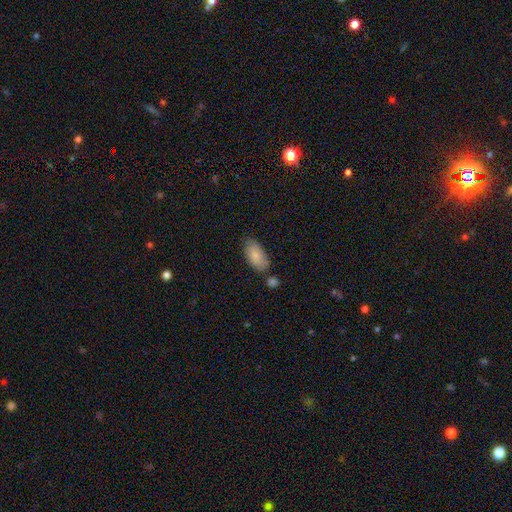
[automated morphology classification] The model was most divided on "merging": none: 68%, minor disturbance: 19%, merger: 9%, major disturbance: 4%. More confident: how rounded — in between (94%); smooth or featured — smooth (84%).